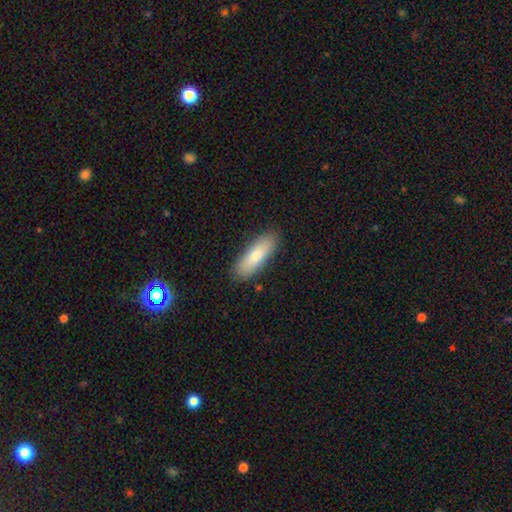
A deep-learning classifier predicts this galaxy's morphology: Smooth or featured? Predicted: smooth (p=0.78). How rounded? Predicted: in between (p=0.53). Merging? Predicted: none (p=0.87).